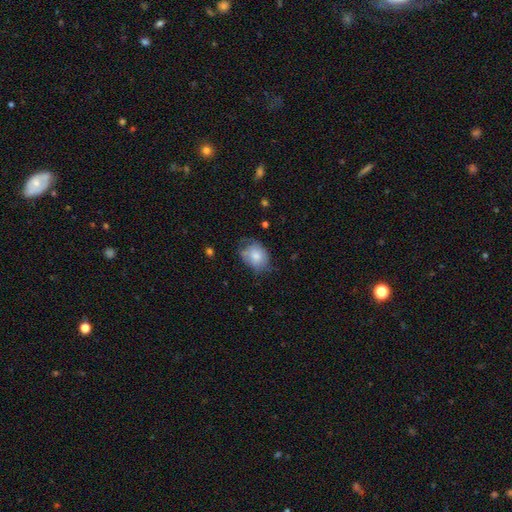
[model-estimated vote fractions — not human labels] This appears to be a smooth galaxy with no disk features (74%) that is in between round and cigar-shaped (65%). Merging: none (46%).